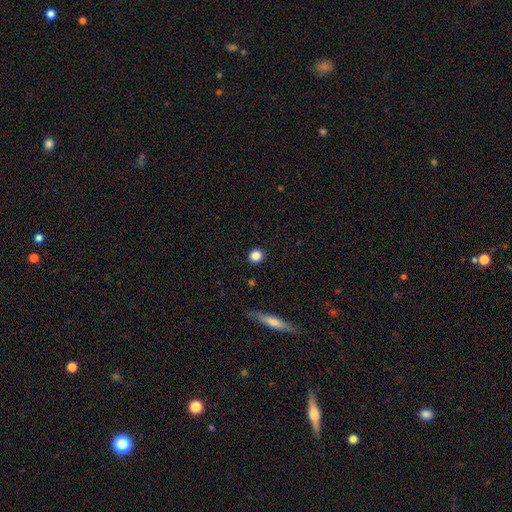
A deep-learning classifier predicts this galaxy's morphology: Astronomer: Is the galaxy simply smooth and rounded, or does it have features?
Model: smooth — 86%.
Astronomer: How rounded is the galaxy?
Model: round — 93%.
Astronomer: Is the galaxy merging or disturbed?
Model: none — 91%.